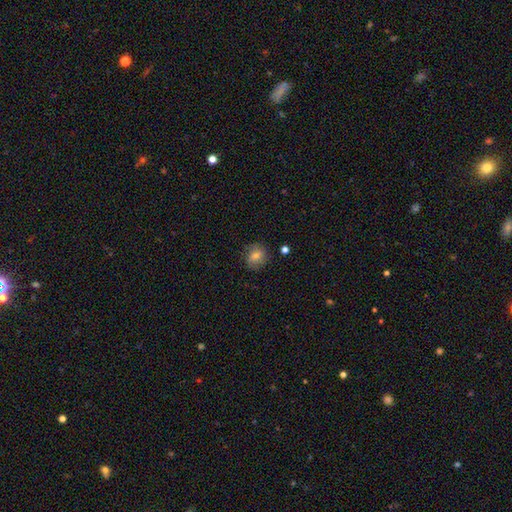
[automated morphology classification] A smooth galaxy with no disk features (62%) that is round (80%). Merging: none (80%).